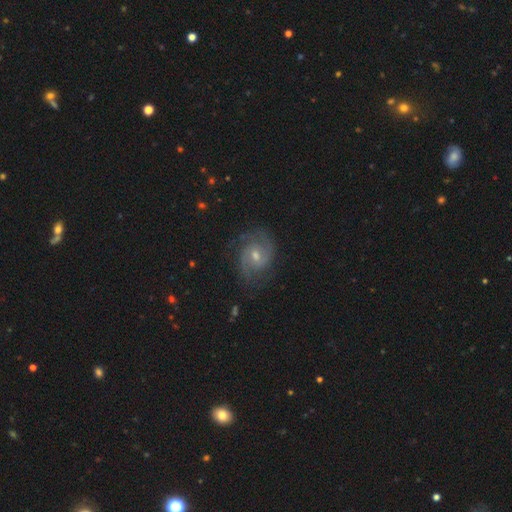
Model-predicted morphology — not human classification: type=featured or disk (83%); edge-on=no (98%); bar=weak (47%); spiral arms=yes (96%); winding=medium (49%); arm count=2 (79%); bulge=moderate (52%); merging=none (78%).